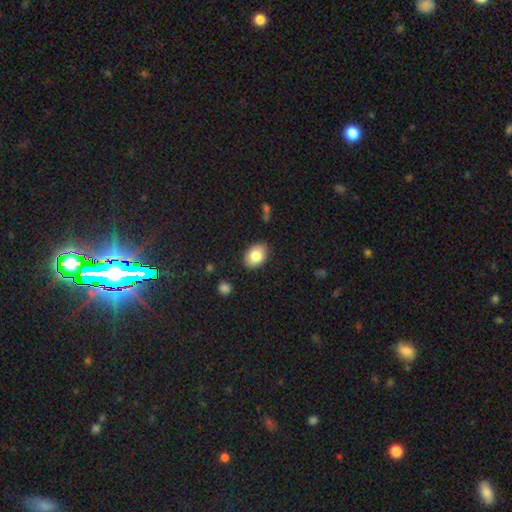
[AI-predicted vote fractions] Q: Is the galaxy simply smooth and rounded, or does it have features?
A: smooth — 82%.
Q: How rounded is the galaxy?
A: in between — 79%.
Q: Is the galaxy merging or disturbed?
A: none — 85%.